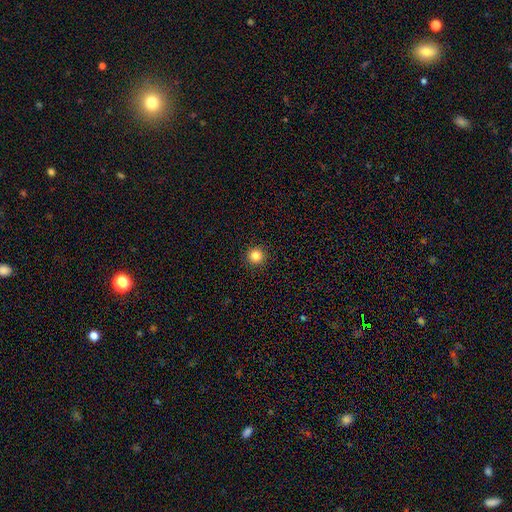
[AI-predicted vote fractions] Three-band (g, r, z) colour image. It shows a smooth galaxy with no disk features (84%) that is round (96%). Merging: none (93%).